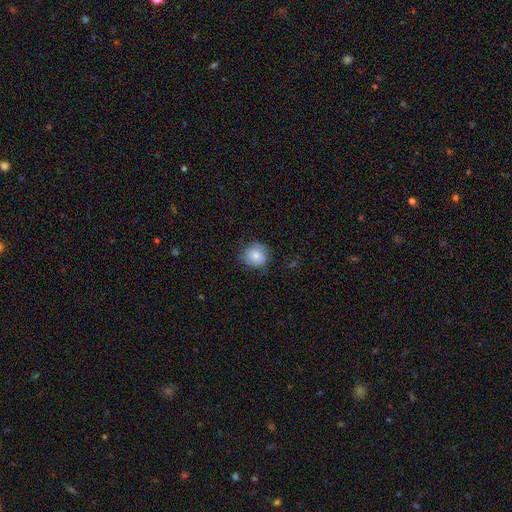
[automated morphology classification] Smooth or featured: smooth — 77% (featured or disk — 15%)
How rounded: round — 87% (in between — 13%)
Merging: none — 76% (minor disturbance — 18%)